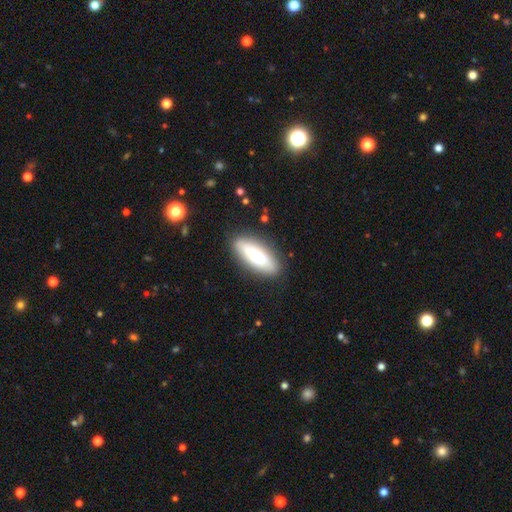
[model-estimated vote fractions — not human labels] The model was most divided on "how rounded": in between: 63%, cigar-shaped: 35%, round: 2%. More confident: merging — none (85%); smooth or featured — smooth (77%).